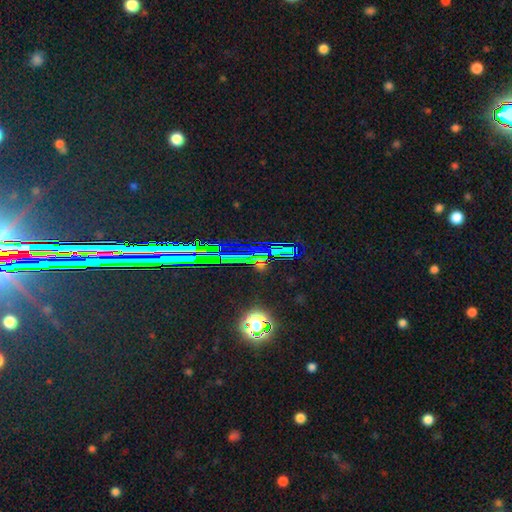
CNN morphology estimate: smooth_or_featured: star or artifact (p=0.81) [alt: featured or disk p=0.10]